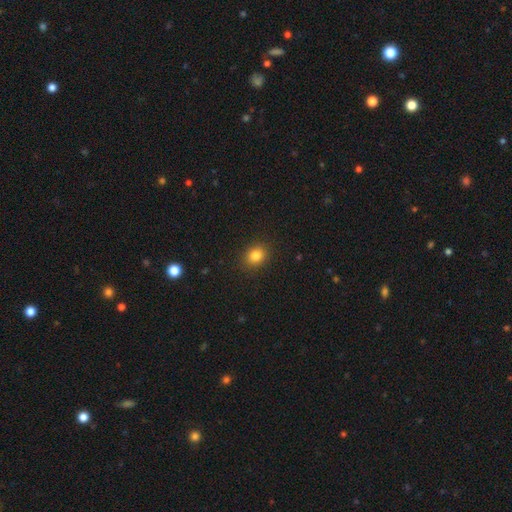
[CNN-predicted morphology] Overall: smooth (83%). How rounded: round (61%; in between 38%). Merging: none (89%).